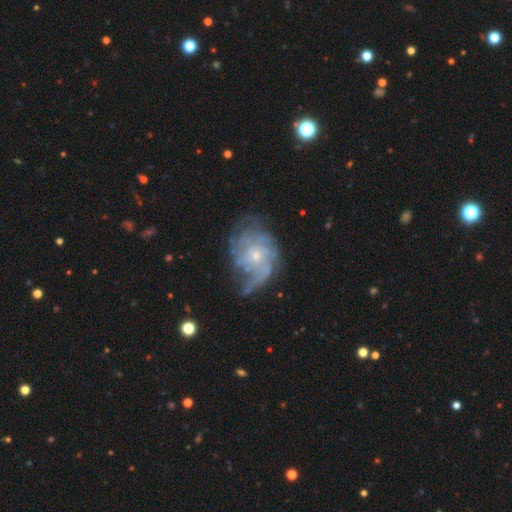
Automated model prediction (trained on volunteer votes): featured or disk 78%, smooth 13%, star or artifact 9%. Down the decision tree: edge-on disk — no (97%); bar — no (77%); spiral arms — yes (86%); spiral arm count — can't tell (45%); spiral winding — tight (38%); bulge size — small (72%); merging — none (50%).